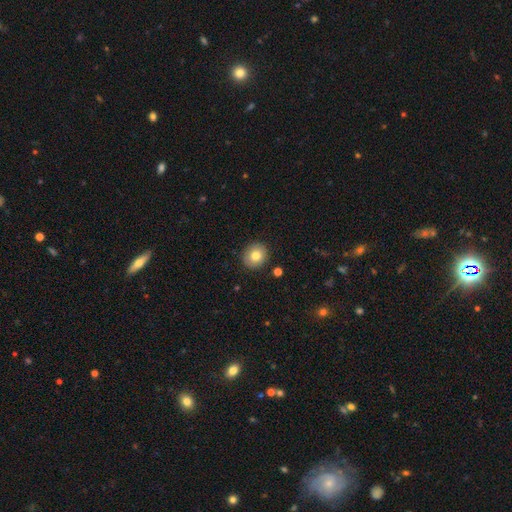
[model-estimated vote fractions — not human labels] smooth 79%, featured or disk 12%, star or artifact 9%. Down the decision tree: how rounded — round (78%); merging — none (89%).